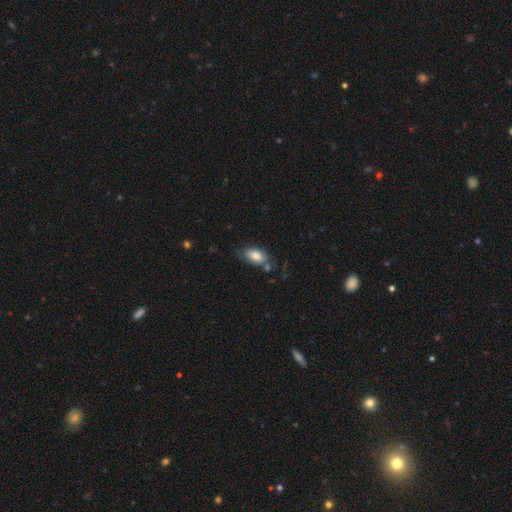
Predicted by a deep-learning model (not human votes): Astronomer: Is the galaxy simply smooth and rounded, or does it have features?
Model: smooth — 81%.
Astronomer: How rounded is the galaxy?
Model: in between — 91%.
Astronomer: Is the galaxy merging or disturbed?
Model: none — 62%.